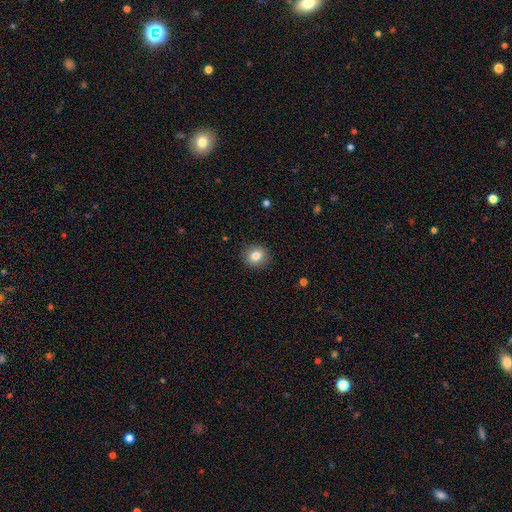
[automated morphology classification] smooth 82%, star or artifact 10%, featured or disk 8%. Down the decision tree: how rounded — round (77%); merging — none (89%).